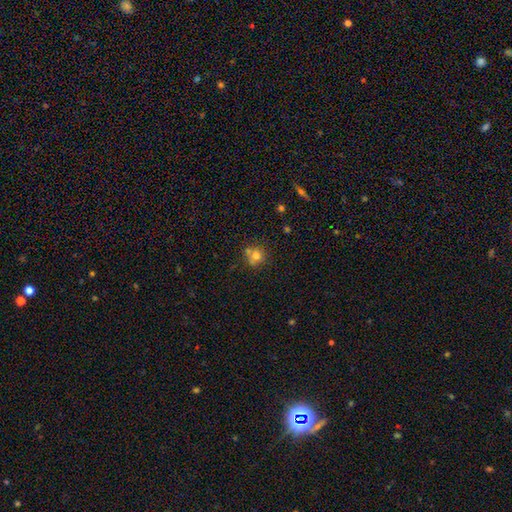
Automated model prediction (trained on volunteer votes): This appears to be a smooth galaxy with no disk features (73%) that is round (86%). Merging: none (57%).